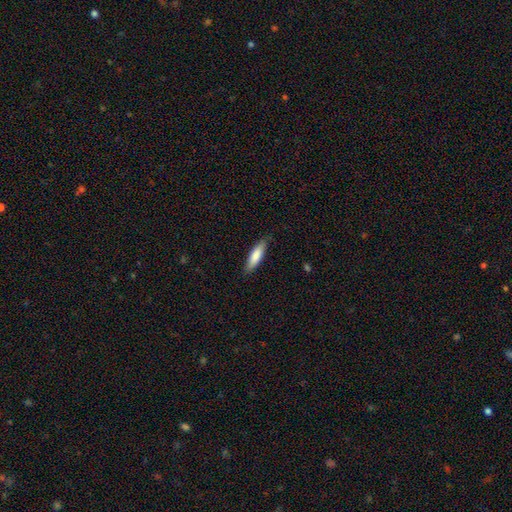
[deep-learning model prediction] Smooth or featured? smooth (80%)
How rounded? cigar-shaped (67%)
Merging? none (84%)